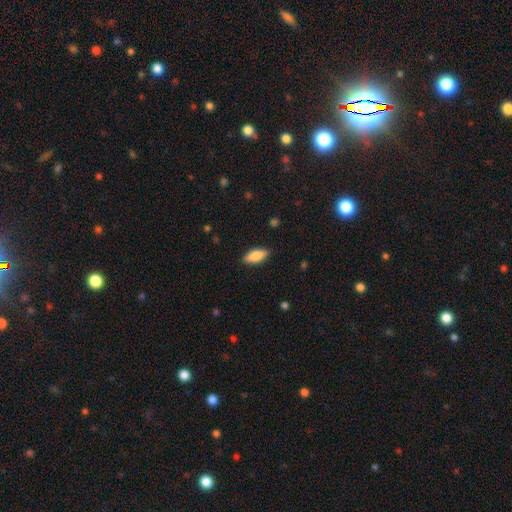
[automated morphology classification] This appears to be a smooth galaxy with no disk features (82%) that is in between round and cigar-shaped (82%). Merging: none (87%).